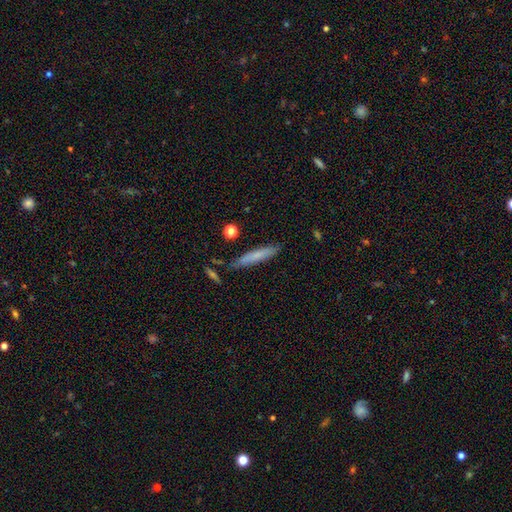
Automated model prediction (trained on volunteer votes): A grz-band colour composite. It shows a smooth galaxy with no disk features (70%) that is cigar-shaped (91%). Merging: none (81%).